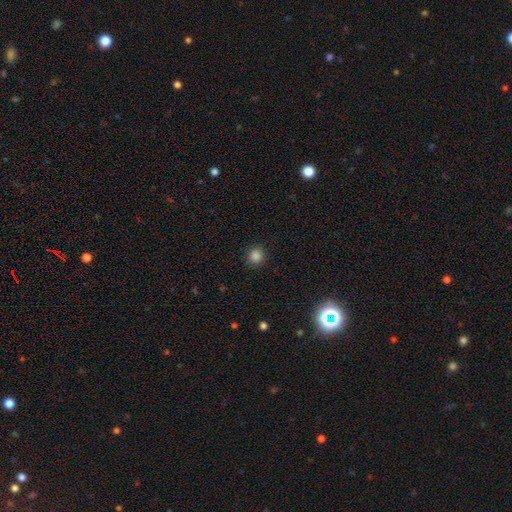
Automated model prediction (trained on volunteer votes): smooth 85%, star or artifact 12%, featured or disk 3%. Down the decision tree: how rounded — round (88%); merging — none (90%).